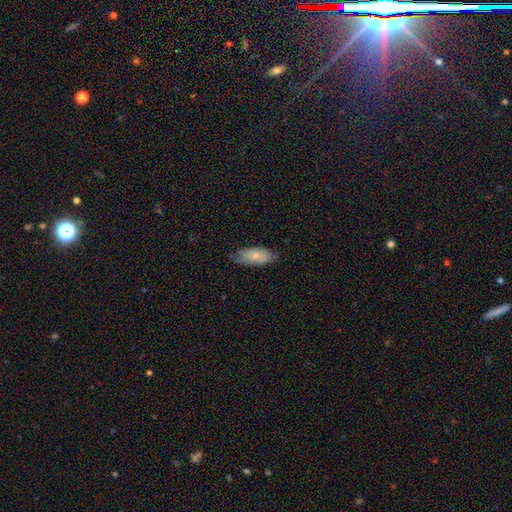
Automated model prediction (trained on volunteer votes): Overall: smooth (70%). How rounded: in between (85%). Merging: none (67%; minor disturbance 27%).